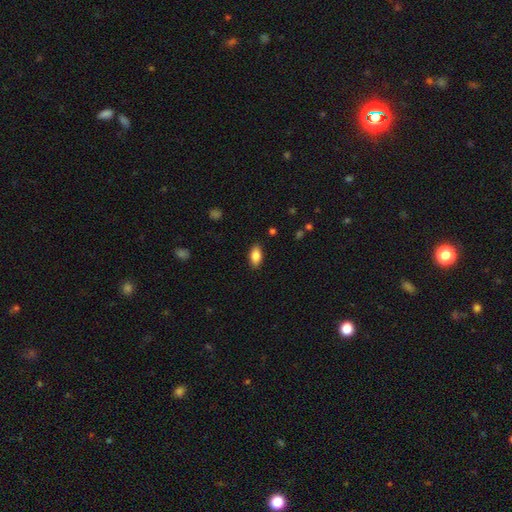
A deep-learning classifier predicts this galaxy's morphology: type=smooth (85%); roundness=in between (91%); merging=none (87%).